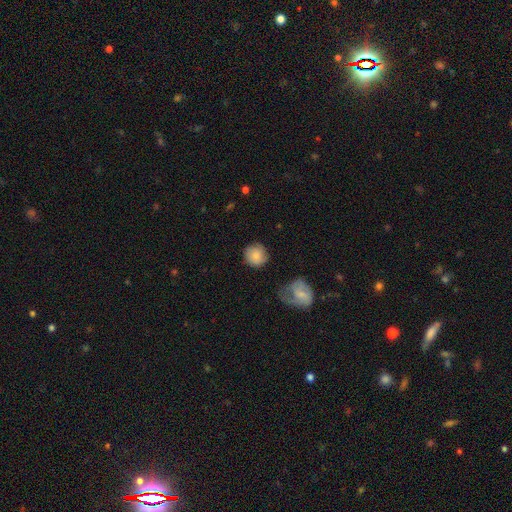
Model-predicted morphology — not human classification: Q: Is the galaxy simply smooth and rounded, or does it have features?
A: smooth — 81%.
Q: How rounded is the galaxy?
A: round — 88%.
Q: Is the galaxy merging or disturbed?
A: none — 77%.